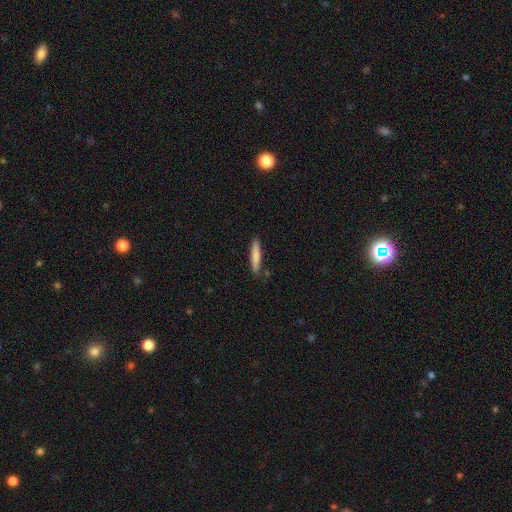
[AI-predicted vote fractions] smooth 81%, featured or disk 14%, star or artifact 5%. Down the decision tree: how rounded — cigar-shaped (89%); merging — none (86%).